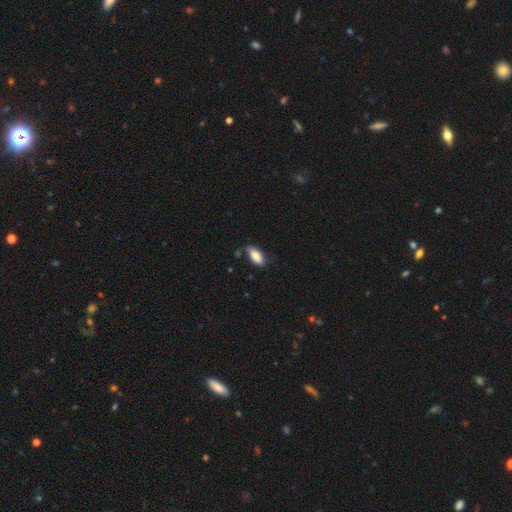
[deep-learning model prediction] Overall: smooth (80%). How rounded: in between (88%). Merging: none (62%; minor disturbance 26%).